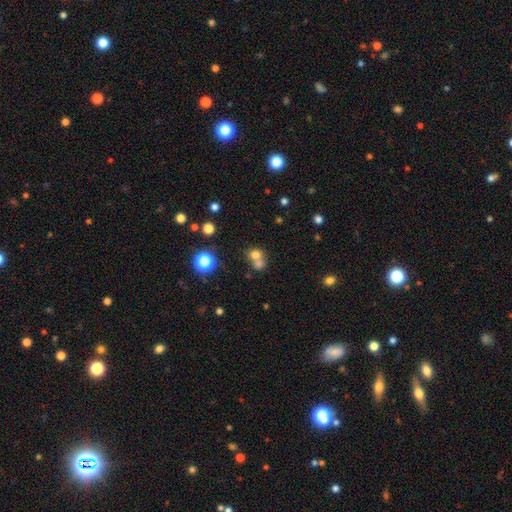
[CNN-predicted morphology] smooth_or_featured: smooth (p=0.70) [alt: star or artifact p=0.16]
how_rounded: round (p=0.75) [alt: in between p=0.24]
merging: merger (p=0.58) [alt: none p=0.33]